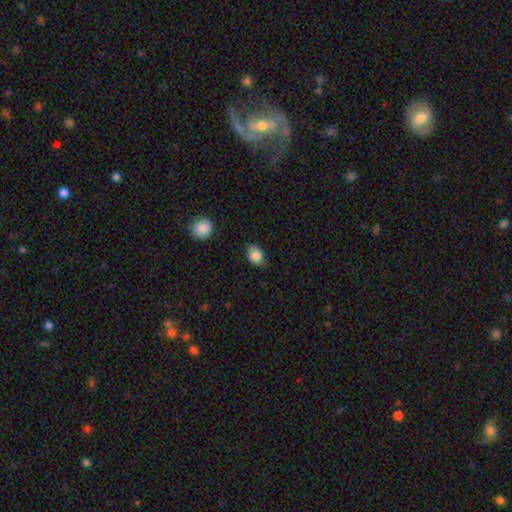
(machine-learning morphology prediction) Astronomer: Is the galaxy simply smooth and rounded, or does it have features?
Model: smooth — 83%.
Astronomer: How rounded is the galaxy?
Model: in between — 79%.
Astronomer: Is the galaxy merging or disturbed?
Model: none — 75%.